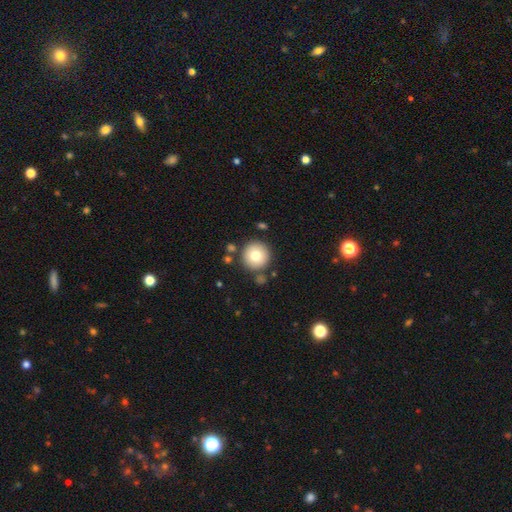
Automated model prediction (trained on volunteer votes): smooth-or-featured: smooth: 77% | featured or disk: 13% | star or artifact: 10%
  how-rounded: round: 96% | in between: 3% | cigar-shaped: 1%
  merging: none: 85% | minor disturbance: 7% | merger: 5% | major disturbance: 2%